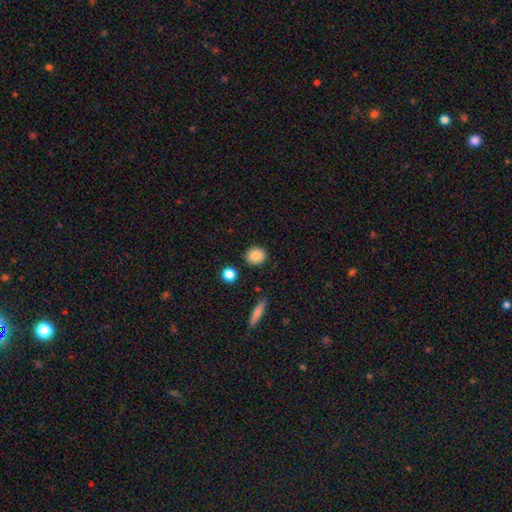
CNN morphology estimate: A smooth galaxy with no disk features (87%) that is round (76%).

Vote fractions:
- Smooth or featured? smooth: 87% / star or artifact: 8% / featured or disk: 5%
- How rounded? round: 76% / in between: 22% / cigar-shaped: 2%
- Merging? none: 88% / minor disturbance: 7% / merger: 3% / major disturbance: 2%